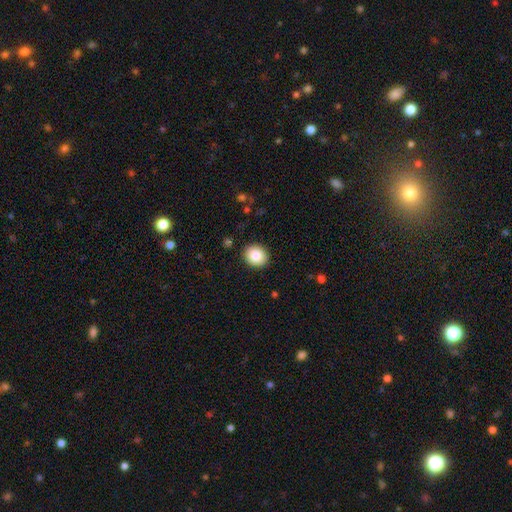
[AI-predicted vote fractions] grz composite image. It shows a smooth galaxy with no disk features (86%) that is round (69%). Merging: none (90%).